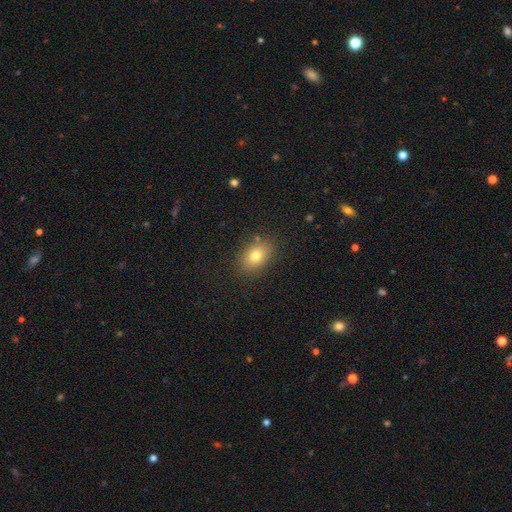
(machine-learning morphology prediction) Smooth or featured? smooth (76%)
How rounded? in between (75%)
Merging? none (85%)